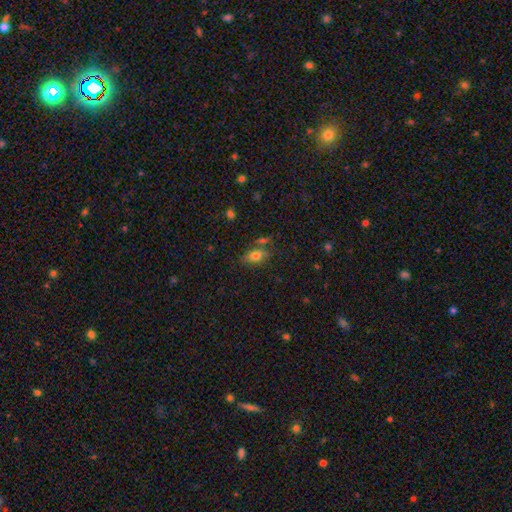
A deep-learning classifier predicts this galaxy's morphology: Overall: smooth (74%). How rounded: in between (84%). Merging: none (66%).